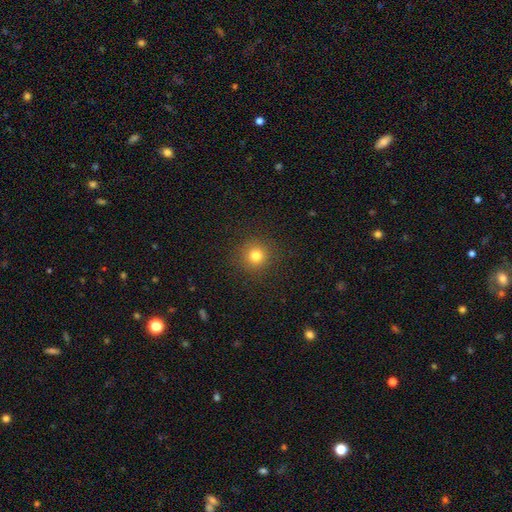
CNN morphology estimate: type=smooth (79%); roundness=round (94%); merging=none (91%).